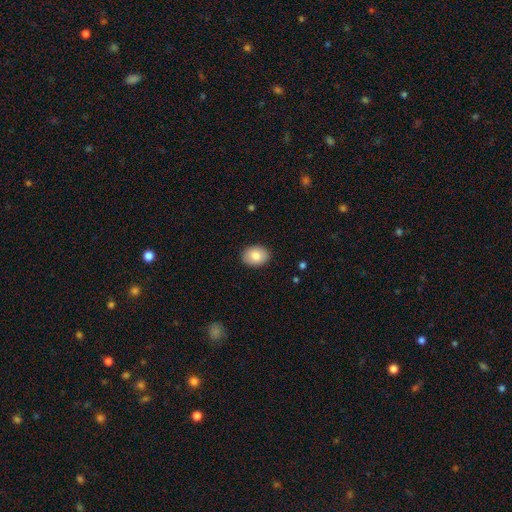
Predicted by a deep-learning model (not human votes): Morphology: type=smooth (83%); roundness=in between (65%); merging=none (90%).